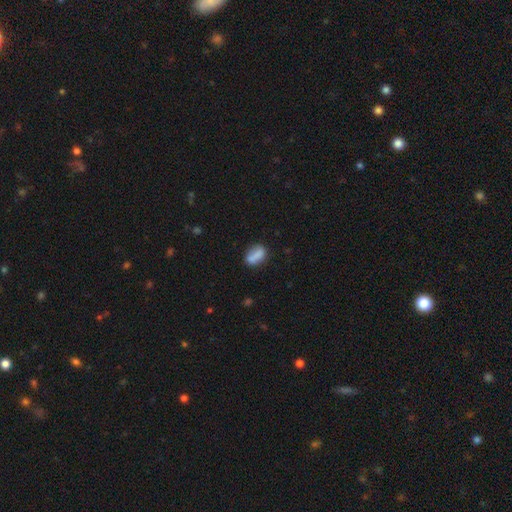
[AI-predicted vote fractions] smooth-or-featured: smooth: 79% | featured or disk: 13% | star or artifact: 8%
  how-rounded: in between: 78% | cigar-shaped: 11% | round: 11%
  merging: none: 66% | minor disturbance: 18% | merger: 11% | major disturbance: 5%